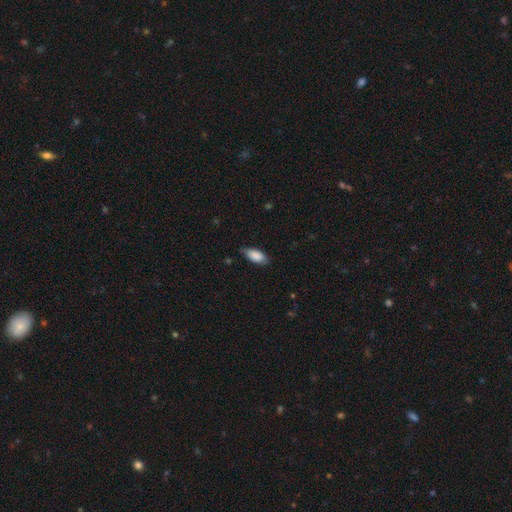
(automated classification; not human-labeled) Smooth or featured: smooth — 86% (featured or disk — 8%)
How rounded: in between — 88% (cigar-shaped — 10%)
Merging: none — 73% (minor disturbance — 23%)